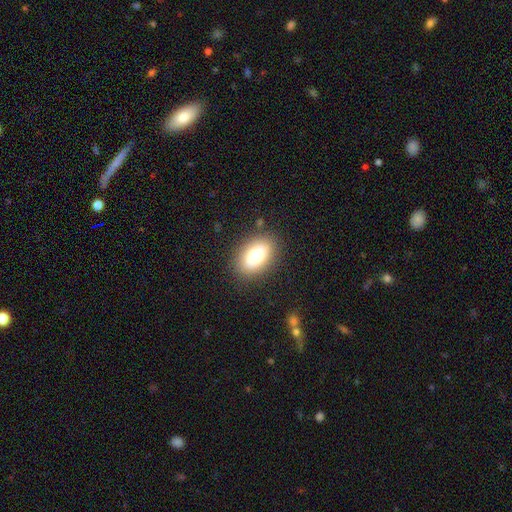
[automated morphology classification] smooth_or_featured: smooth (p=0.75) [alt: featured or disk p=0.17]
how_rounded: in between (p=0.85) [alt: round p=0.13]
merging: none (p=0.85) [alt: minor disturbance p=0.10]